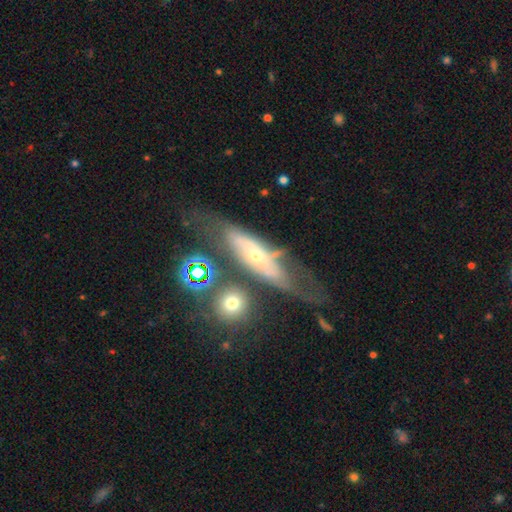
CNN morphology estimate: Smooth or featured: featured or disk — 66% (smooth — 24%)
Edge-on disk: no — 64% (yes — 36%)
Merging: none — 45% (major disturbance — 23%)